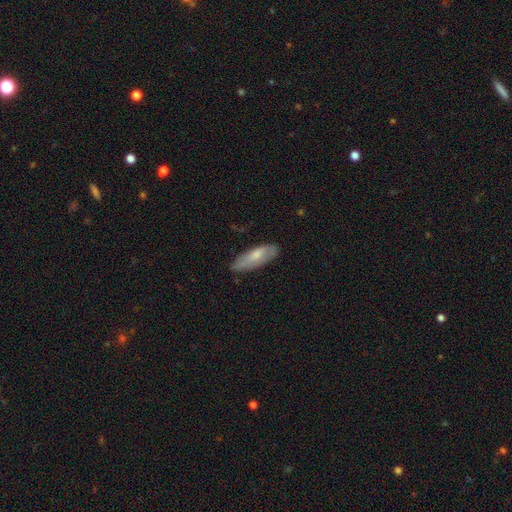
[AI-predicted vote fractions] Q: Smooth or featured?
A: smooth (67%); runner-up: featured or disk (27%)
Q: How rounded?
A: in between (58%); runner-up: cigar-shaped (41%)
Q: Merging?
A: none (74%); runner-up: minor disturbance (20%)